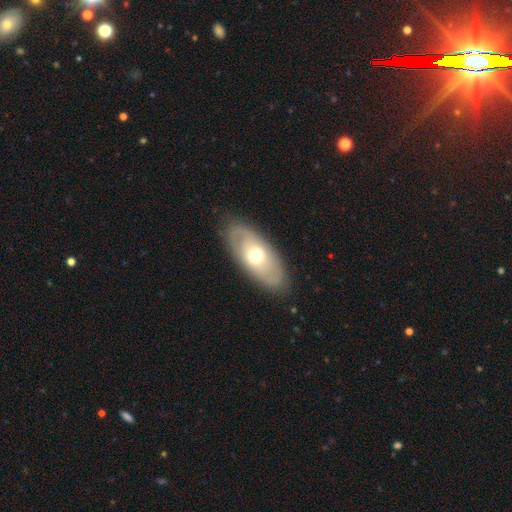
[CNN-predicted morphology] This appears to be a featured or disk galaxy (48%). Merging: none (85%).